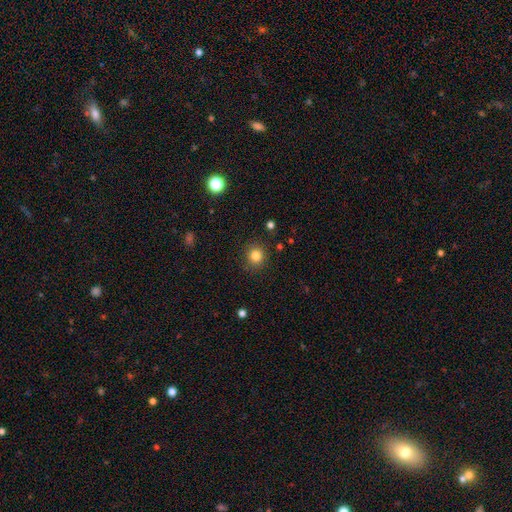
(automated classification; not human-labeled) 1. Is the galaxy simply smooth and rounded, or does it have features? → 83% smooth, 12% star or artifact, 5% featured or disk.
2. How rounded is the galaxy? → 88% round, 11% in between, 1% cigar-shaped.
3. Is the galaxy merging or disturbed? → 89% none, 8% minor disturbance, 2% major disturbance, 1% merger.